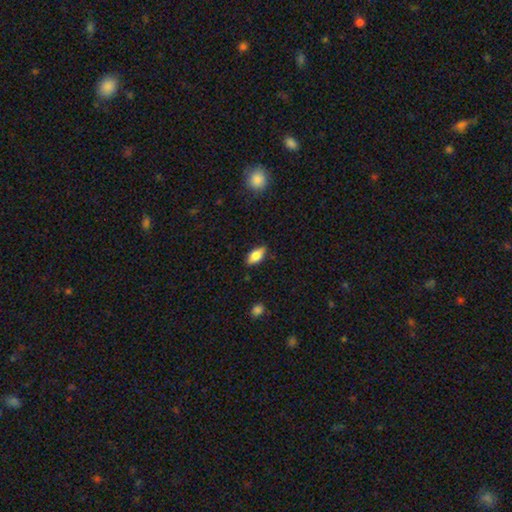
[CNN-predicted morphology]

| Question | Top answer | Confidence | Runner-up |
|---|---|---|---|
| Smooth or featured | smooth | 75% | featured or disk (18%) |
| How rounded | in between | 85% | cigar-shaped (11%) |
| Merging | none | 84% | minor disturbance (12%) |